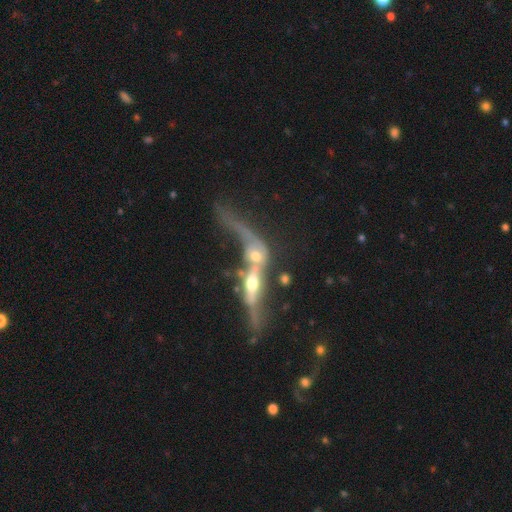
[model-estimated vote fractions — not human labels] featured or disk 62%, smooth 28%, star or artifact 10%. Down the decision tree: edge-on disk — yes (55%); merging — merger (71%).